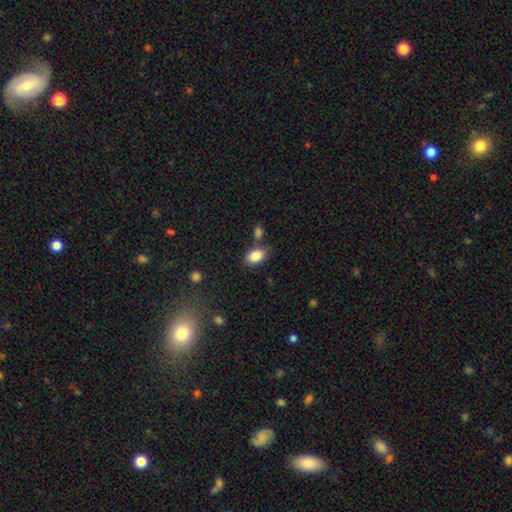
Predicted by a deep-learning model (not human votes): A smooth galaxy with no disk features (86%) that is in between round and cigar-shaped (90%).

Vote fractions:
- Smooth or featured? smooth: 86% / star or artifact: 8% / featured or disk: 6%
- How rounded? in between: 90% / round: 9% / cigar-shaped: 2%
- Merging? none: 69% / minor disturbance: 14% / merger: 13% / major disturbance: 4%